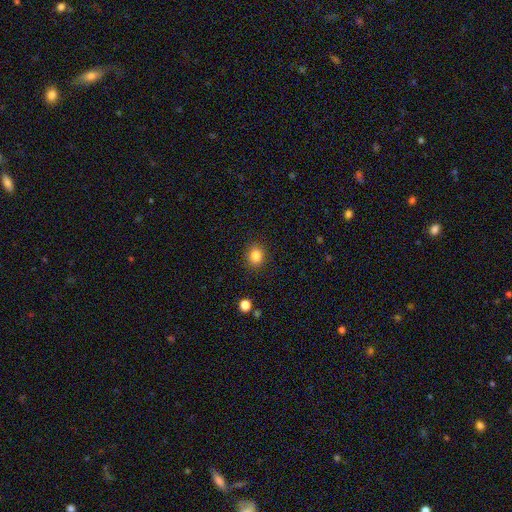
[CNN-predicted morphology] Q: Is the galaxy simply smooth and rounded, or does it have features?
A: smooth — 84%.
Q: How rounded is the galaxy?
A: round — 54%.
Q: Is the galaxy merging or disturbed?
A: none — 88%.